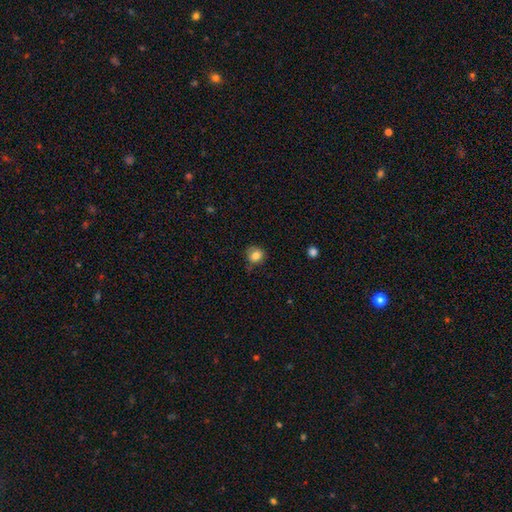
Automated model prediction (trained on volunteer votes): Smooth or featured? Predicted: smooth (p=0.82). How rounded? Predicted: round (p=0.81). Merging? Predicted: none (p=0.70).